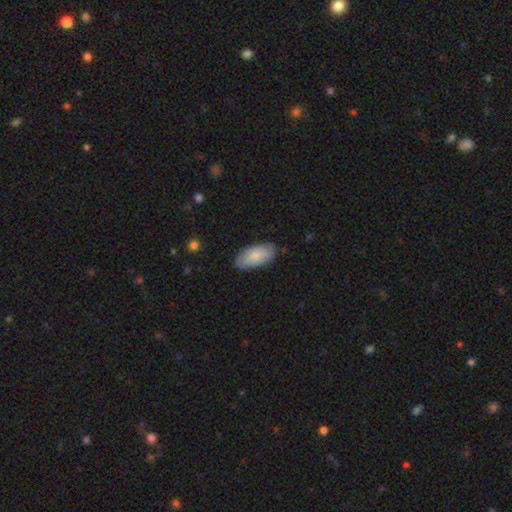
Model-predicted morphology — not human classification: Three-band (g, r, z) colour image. It shows a smooth galaxy with no disk features (82%) that is in between round and cigar-shaped (91%). Merging: none (83%).